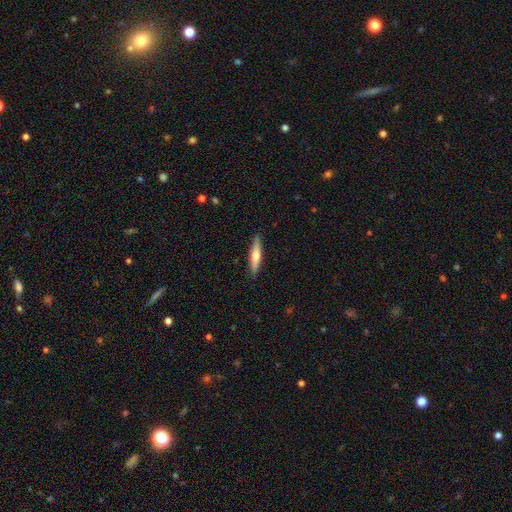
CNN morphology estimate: smooth-or-featured: smooth: 52% | featured or disk: 43% | star or artifact: 5%
  how-rounded: cigar-shaped: 81% | in between: 18% | round: 2%
  merging: none: 89% | minor disturbance: 8% | major disturbance: 2% | merger: 1%